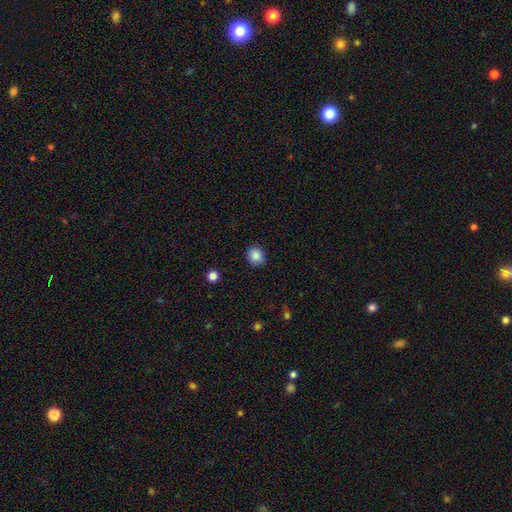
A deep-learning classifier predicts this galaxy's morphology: Overall: smooth (87%). How rounded: round (81%). Merging: none (90%).